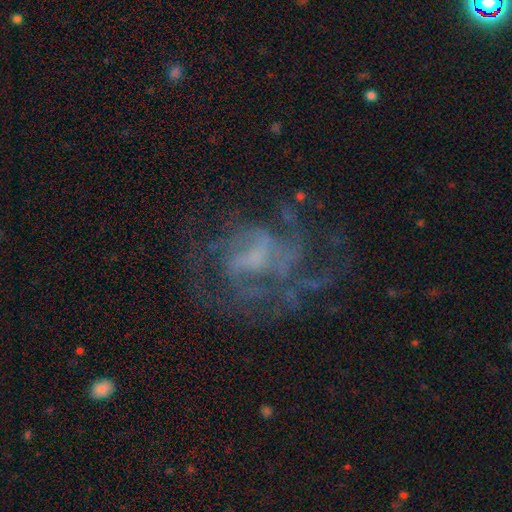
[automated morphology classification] This is likely a featured or disk galaxy (76%). It is clearly not viewed edge-on (98%). Bar: possibly no (46%). Spiral arm pattern: likely yes (76%). Spiral arm count: marginally can't tell (42%). Spiral winding: marginally medium (43%). Central bulge: marginally none (40%). Merging: possibly none (53%).